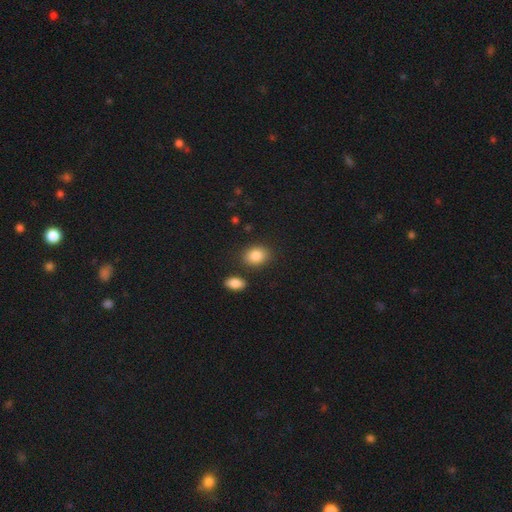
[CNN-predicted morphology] This appears to be a smooth galaxy with no disk features (87%) that is in between round and cigar-shaped (64%). Merging: none (81%).